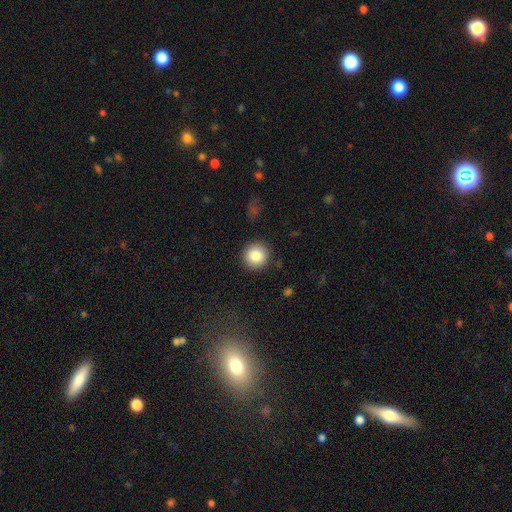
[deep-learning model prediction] smooth 86%, star or artifact 9%, featured or disk 6%. Down the decision tree: how rounded — round (94%); merging — none (91%).